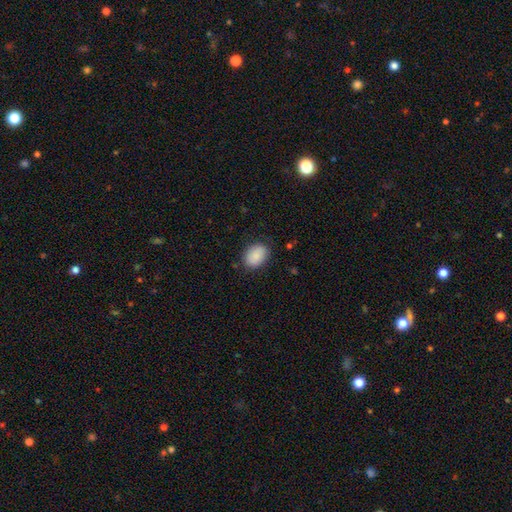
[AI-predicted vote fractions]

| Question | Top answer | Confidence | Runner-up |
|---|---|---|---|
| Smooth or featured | smooth | 88% | star or artifact (6%) |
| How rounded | in between | 78% | round (21%) |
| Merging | none | 82% | minor disturbance (13%) |